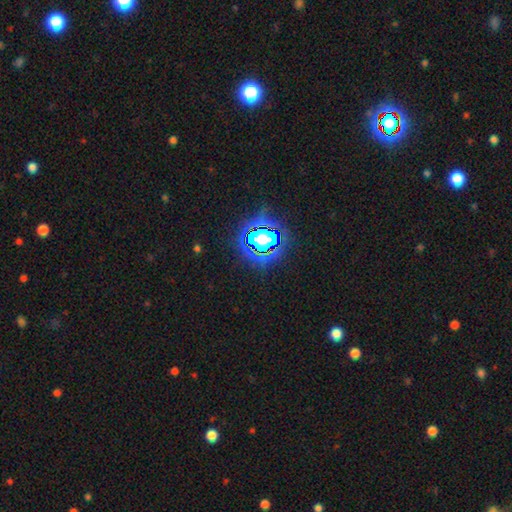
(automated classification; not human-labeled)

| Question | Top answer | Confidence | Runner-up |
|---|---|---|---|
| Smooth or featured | star or artifact | 84% | smooth (9%) |